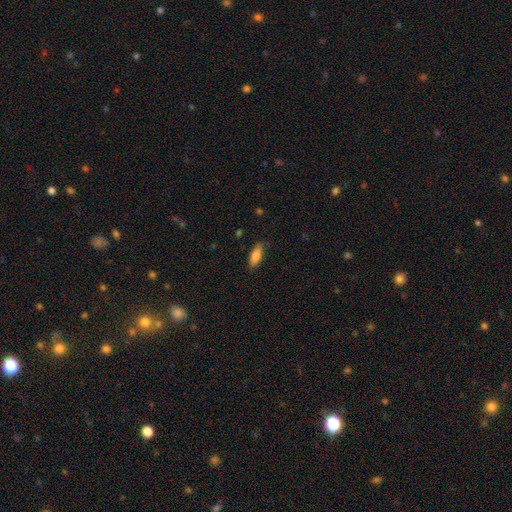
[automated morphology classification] Overall: smooth (82%). How rounded: in between (70%). Merging: none (81%).